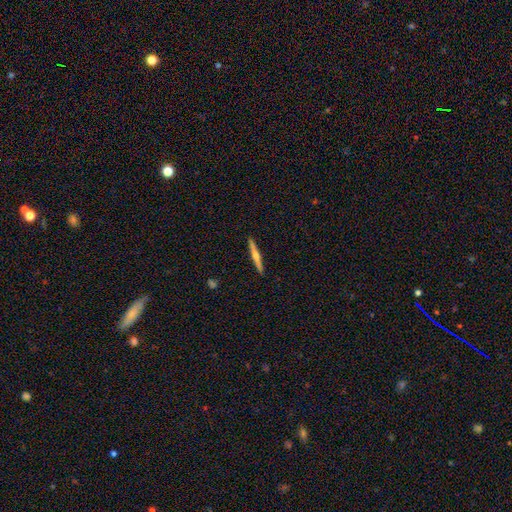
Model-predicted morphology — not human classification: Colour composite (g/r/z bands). It shows a featured or disk galaxy (63%) viewed edge-on (98%) with a rounded central bulge (89%). Merging: none (91%).